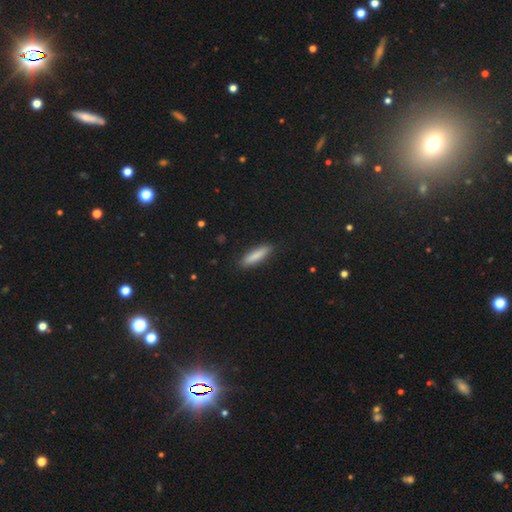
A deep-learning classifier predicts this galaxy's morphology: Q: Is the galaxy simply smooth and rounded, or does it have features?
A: smooth — 82%.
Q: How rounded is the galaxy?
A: cigar-shaped — 77%.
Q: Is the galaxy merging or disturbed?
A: none — 88%.